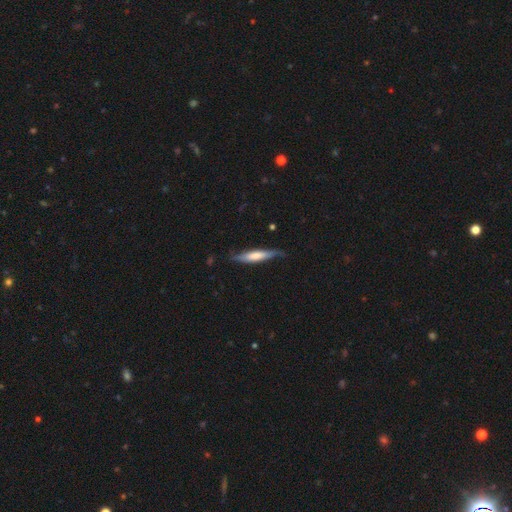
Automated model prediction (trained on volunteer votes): Overall: smooth (53%; featured or disk 42%). How rounded: cigar-shaped (82%). Merging: none (67%).